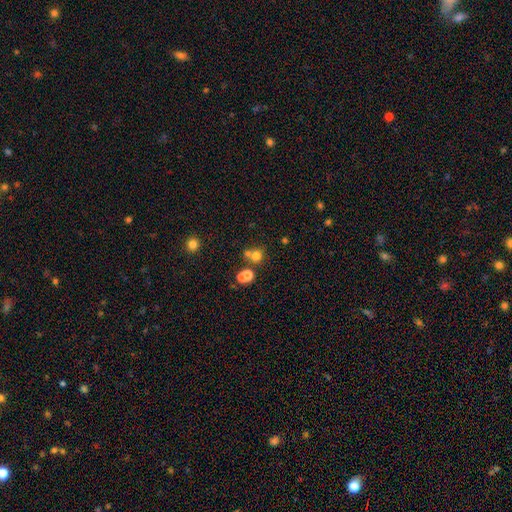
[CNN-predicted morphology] Smooth or featured? smooth (69%)
How rounded? round (84%)
Merging? none (54%)